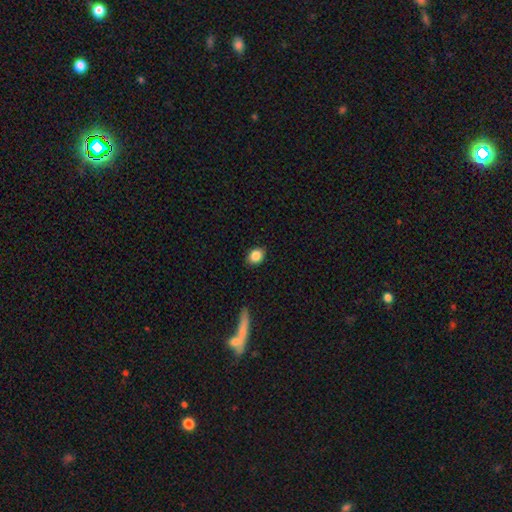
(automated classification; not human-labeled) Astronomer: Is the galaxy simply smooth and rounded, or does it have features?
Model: smooth — 86%.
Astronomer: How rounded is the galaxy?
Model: in between — 59% (runner-up: round, 40%).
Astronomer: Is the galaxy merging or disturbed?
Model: none — 87%.